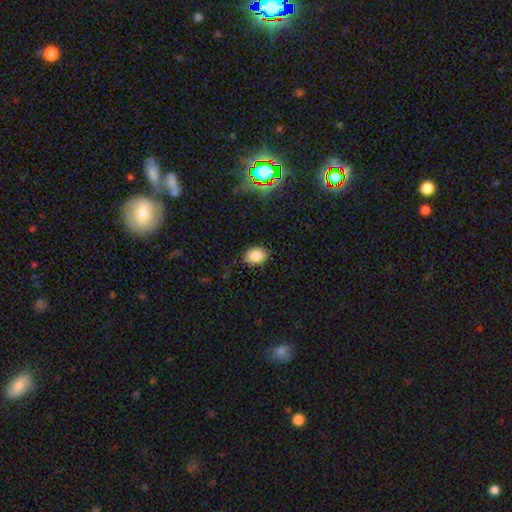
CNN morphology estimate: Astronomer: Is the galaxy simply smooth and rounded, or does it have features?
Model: smooth — 84%.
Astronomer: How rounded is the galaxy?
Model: in between — 70%.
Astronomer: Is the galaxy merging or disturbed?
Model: none — 84%.